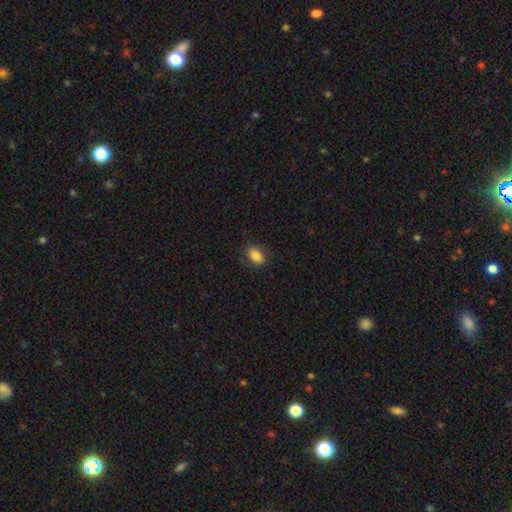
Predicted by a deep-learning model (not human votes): Morphology: type=smooth (85%); roundness=in between (86%); merging=none (81%).